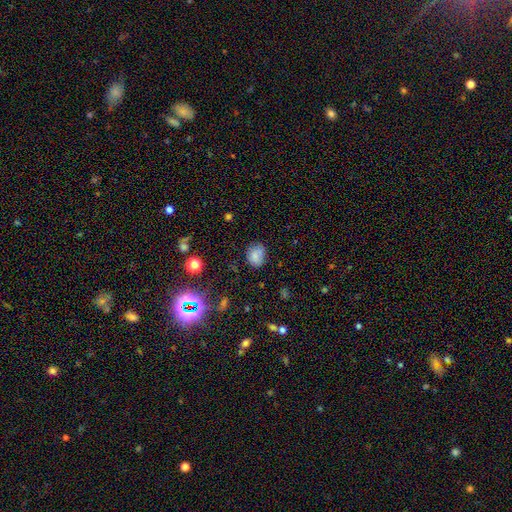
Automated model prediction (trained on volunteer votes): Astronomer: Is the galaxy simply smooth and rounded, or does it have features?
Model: smooth — 76%.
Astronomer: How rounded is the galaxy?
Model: in between — 60% (runner-up: round, 39%).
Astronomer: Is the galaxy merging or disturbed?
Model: none — 66%.